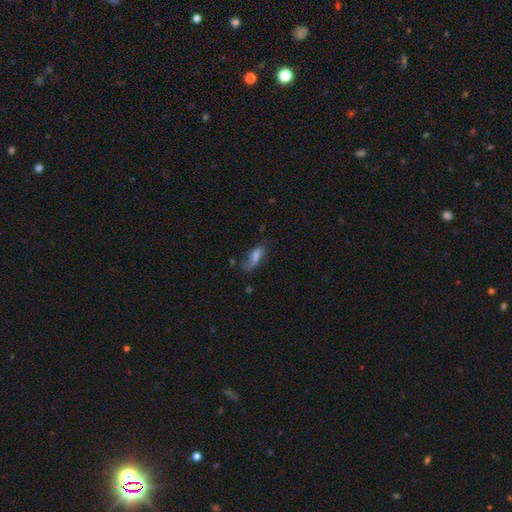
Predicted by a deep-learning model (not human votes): Smooth or featured?
  - smooth: 56% *
  - featured or disk: 33%
  - star or artifact: 11%
How rounded?
  - in between: 71% *
  - cigar-shaped: 25%
  - round: 4%
Merging?
  - none: 45% *
  - minor disturbance: 29%
  - major disturbance: 21%
  - merger: 4%